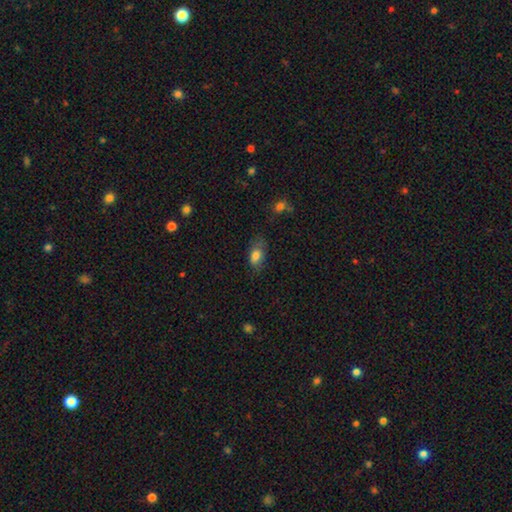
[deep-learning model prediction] Smooth or featured? Predicted: smooth (p=0.80). How rounded? Predicted: in between (p=0.87). Merging? Predicted: none (p=0.62).